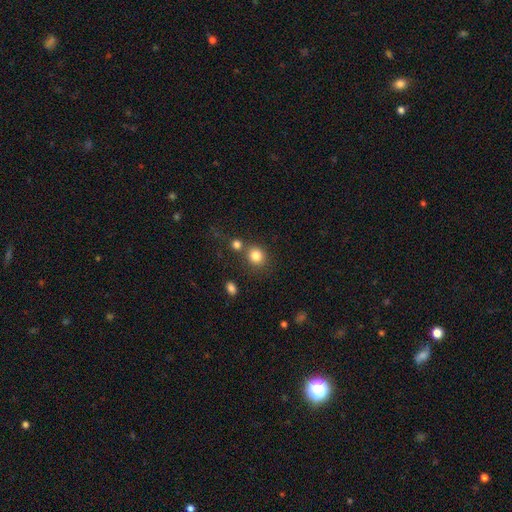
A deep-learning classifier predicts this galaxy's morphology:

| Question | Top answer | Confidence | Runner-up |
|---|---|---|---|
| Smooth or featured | smooth | 82% | star or artifact (11%) |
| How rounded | round | 81% | in between (18%) |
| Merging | none | 66% | merger (20%) |